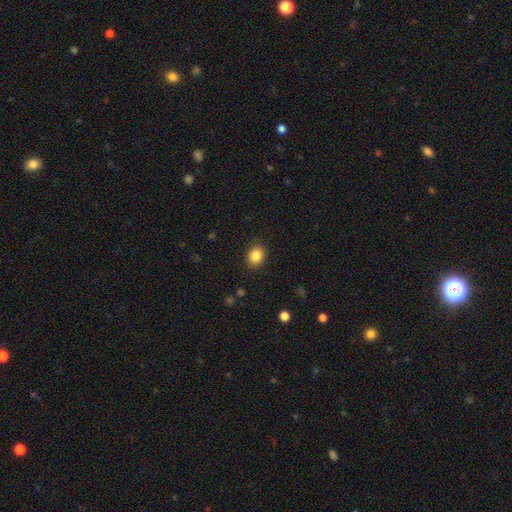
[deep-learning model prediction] Q: Smooth or featured?
A: smooth (85%); runner-up: star or artifact (10%)
Q: How rounded?
A: round (53%); runner-up: in between (46%)
Q: Merging?
A: none (88%); runner-up: minor disturbance (8%)